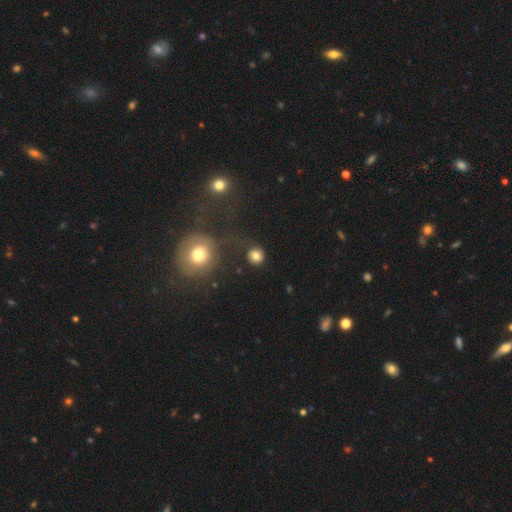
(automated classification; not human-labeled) smooth-or-featured: smooth: 78% | star or artifact: 12% | featured or disk: 9%
  how-rounded: round: 88% | in between: 11% | cigar-shaped: 1%
  merging: none: 73% | minor disturbance: 13% | major disturbance: 8% | merger: 6%